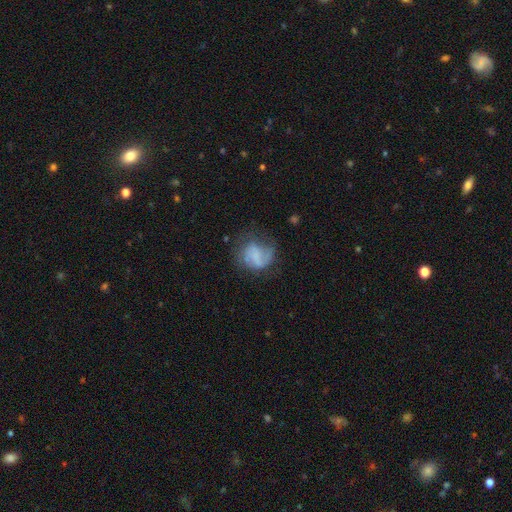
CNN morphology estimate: The model was most divided on "smooth or featured": featured or disk: 51%, smooth: 40%, star or artifact: 9%. Remaining: edge-on disk — no (98%); merging — none (45%).